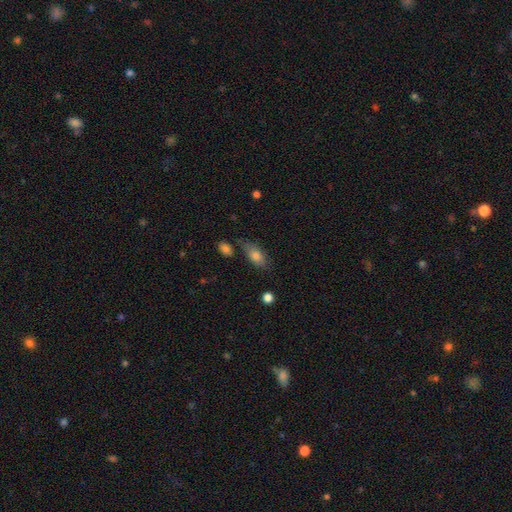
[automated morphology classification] smooth 78%, featured or disk 14%, star or artifact 8%. Down the decision tree: how rounded — in between (87%); merging — none (68%).